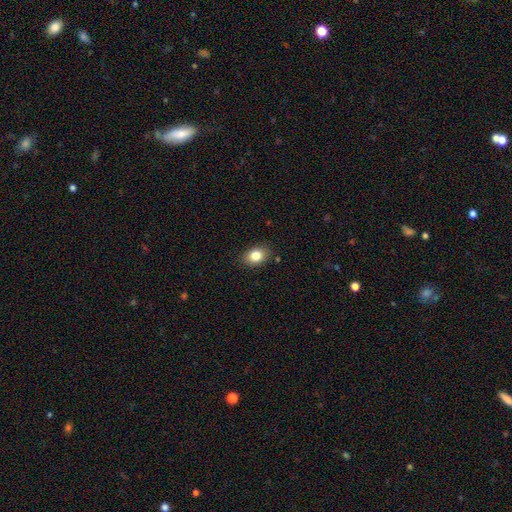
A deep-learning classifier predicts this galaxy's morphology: This is clearly a smooth galaxy (83%). How rounded: likely in between (72%). Merging: clearly none (86%).